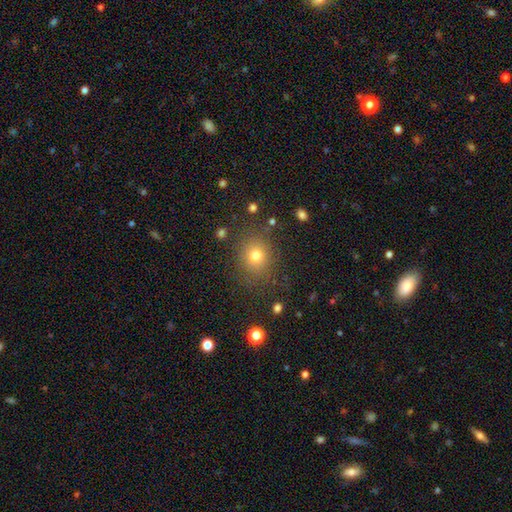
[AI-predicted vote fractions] Smooth or featured? Predicted: smooth (p=0.76). How rounded? Predicted: round (p=0.75). Merging? Predicted: none (p=0.82).